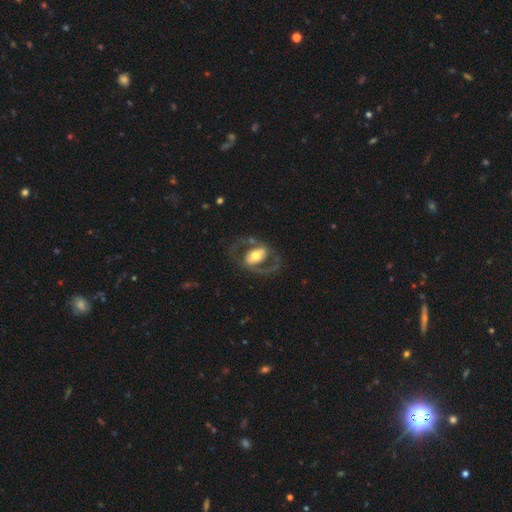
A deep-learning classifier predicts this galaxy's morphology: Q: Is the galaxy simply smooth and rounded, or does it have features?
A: featured or disk — 75%.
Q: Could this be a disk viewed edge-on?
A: no — 95%.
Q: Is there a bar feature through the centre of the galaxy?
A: no — 39%.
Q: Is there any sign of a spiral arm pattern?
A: yes — 69%.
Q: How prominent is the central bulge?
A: moderate — 63%.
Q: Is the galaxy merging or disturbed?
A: none — 65%.